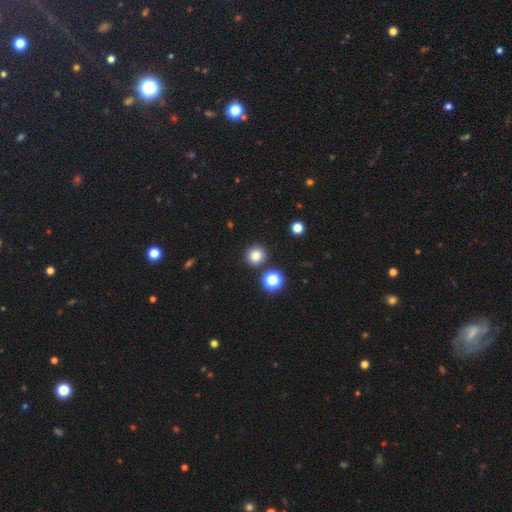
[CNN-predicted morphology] This is likely a smooth galaxy (80%). How rounded: clearly round (92%). Merging: clearly none (86%).